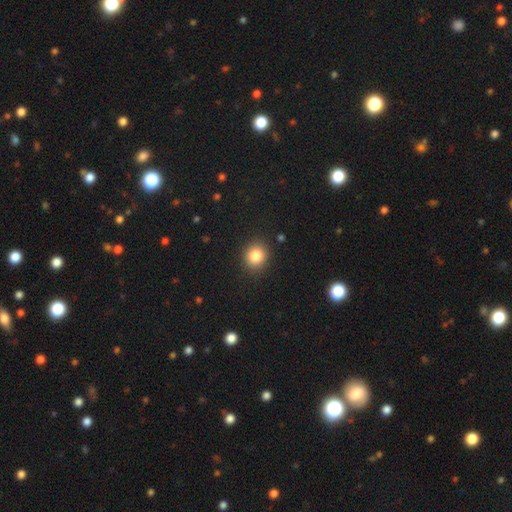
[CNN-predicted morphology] This appears to be a smooth galaxy with no disk features (84%) that is round (80%). Merging: none (89%).